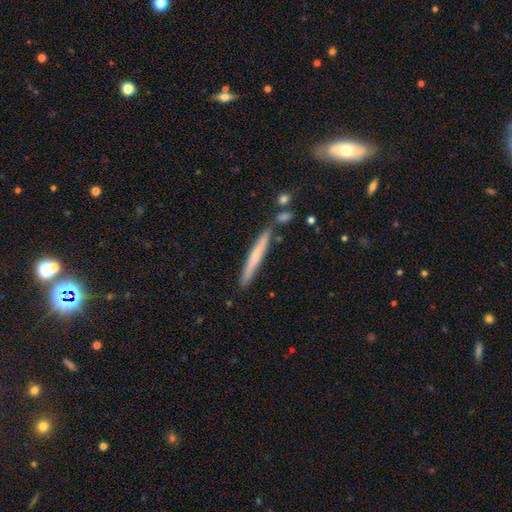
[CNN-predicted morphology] Smooth or featured: smooth — 56% (featured or disk — 38%)
How rounded: cigar-shaped — 96% (in between — 3%)
Merging: none — 83% (minor disturbance — 10%)